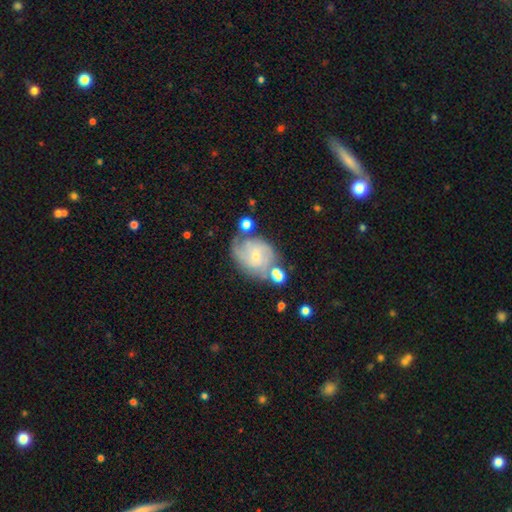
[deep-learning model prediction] Q: Smooth or featured?
A: featured or disk (76%); runner-up: smooth (16%)
Q: Edge-on disk?
A: no (97%); runner-up: yes (3%)
Q: Bar?
A: no (61%); runner-up: weak (33%)
Q: Spiral arms?
A: yes (92%); runner-up: no (8%)
Q: Spiral winding?
A: tight (48%); runner-up: medium (39%)
Q: Spiral arm count?
A: 2 (34%); runner-up: can't tell (30%)
Q: Bulge size?
A: small (75%); runner-up: moderate (20%)
Q: Merging?
A: none (58%); runner-up: minor disturbance (21%)